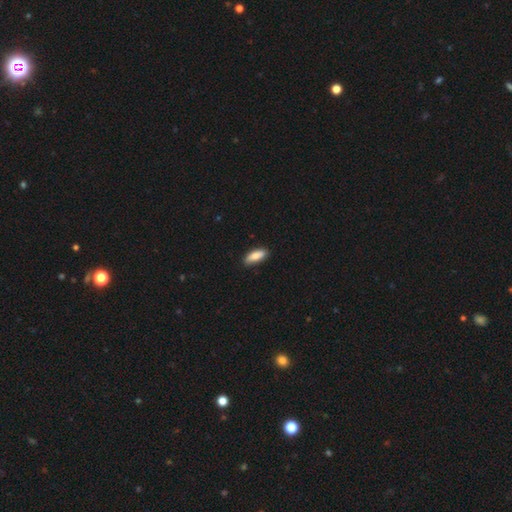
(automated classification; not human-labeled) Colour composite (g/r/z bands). It shows a smooth galaxy with no disk features (83%) that is in between round and cigar-shaped (73%). Merging: none (84%).